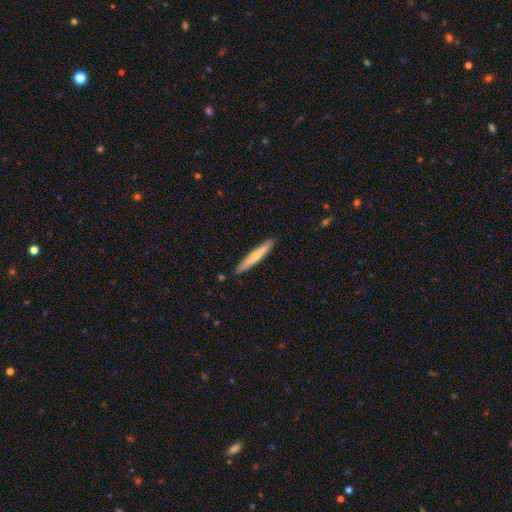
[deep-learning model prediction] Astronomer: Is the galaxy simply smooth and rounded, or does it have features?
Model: smooth — 53% (runner-up: featured or disk, 42%).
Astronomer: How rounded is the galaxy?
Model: cigar-shaped — 93%.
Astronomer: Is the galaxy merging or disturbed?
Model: none — 89%.